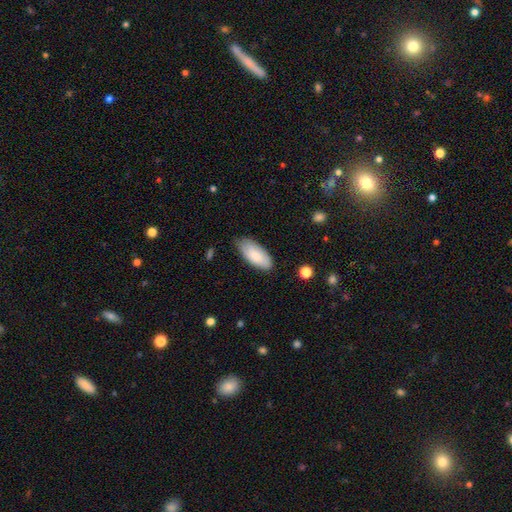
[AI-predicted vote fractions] This is clearly a smooth galaxy (82%). How rounded: clearly in between (88%). Merging: likely none (76%).